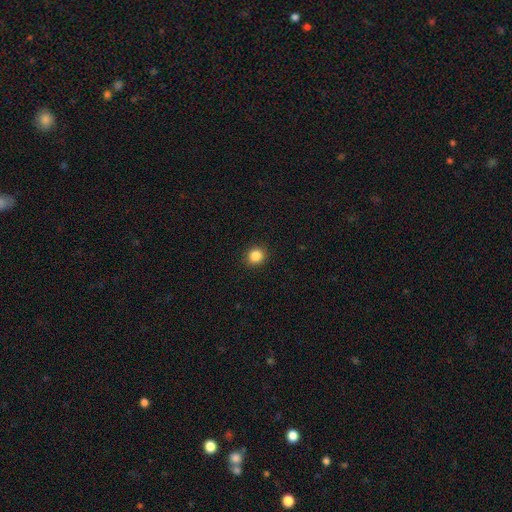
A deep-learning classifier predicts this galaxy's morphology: This is clearly a smooth galaxy (86%). How rounded: clearly round (85%). Merging: clearly none (92%).